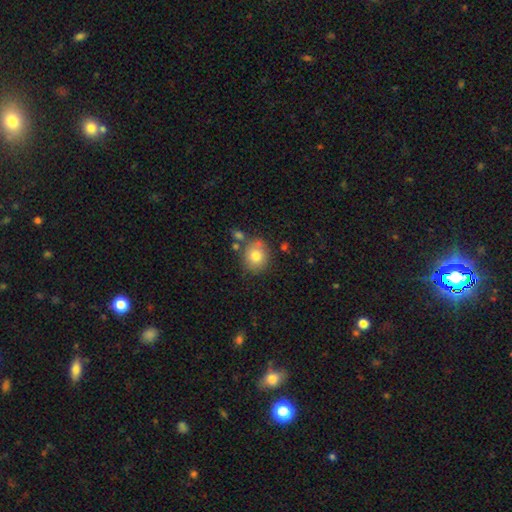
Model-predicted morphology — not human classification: Q: Smooth or featured?
A: smooth (77%); runner-up: featured or disk (13%)
Q: How rounded?
A: round (80%); runner-up: in between (19%)
Q: Merging?
A: none (72%); runner-up: minor disturbance (13%)